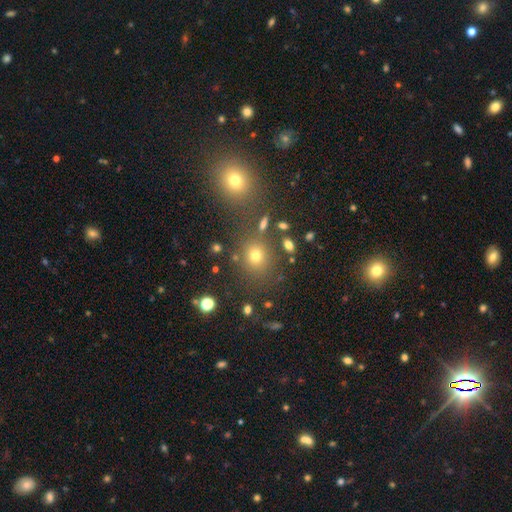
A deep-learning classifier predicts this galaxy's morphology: smooth 68%, star or artifact 23%, featured or disk 9%. Down the decision tree: how rounded — round (74%); merging — none (75%).